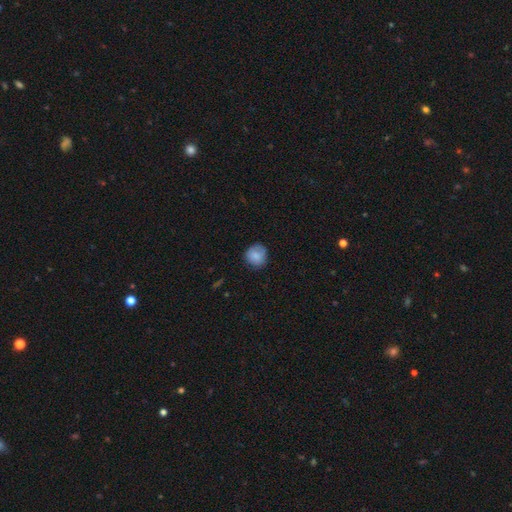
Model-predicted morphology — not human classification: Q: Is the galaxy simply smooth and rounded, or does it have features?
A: smooth — 82%.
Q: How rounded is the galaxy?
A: round — 86%.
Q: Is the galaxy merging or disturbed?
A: none — 76%.